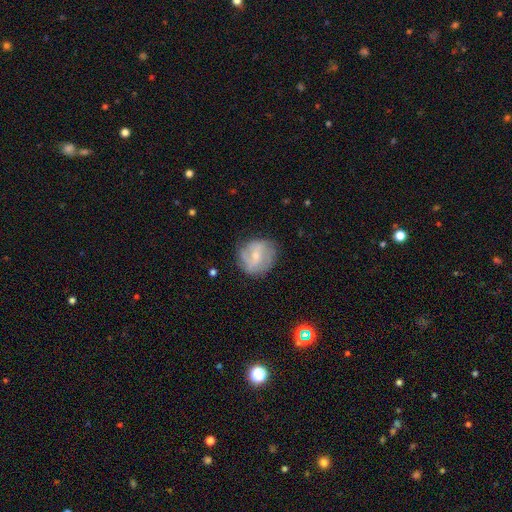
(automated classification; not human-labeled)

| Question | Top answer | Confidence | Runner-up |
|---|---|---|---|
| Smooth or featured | featured or disk | 57% | smooth (36%) |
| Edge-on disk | no | 97% | yes (3%) |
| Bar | weak | 49% | no (34%) |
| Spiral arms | yes | 75% | no (25%) |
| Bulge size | small | 61% | moderate (33%) |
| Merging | none | 71% | minor disturbance (20%) |